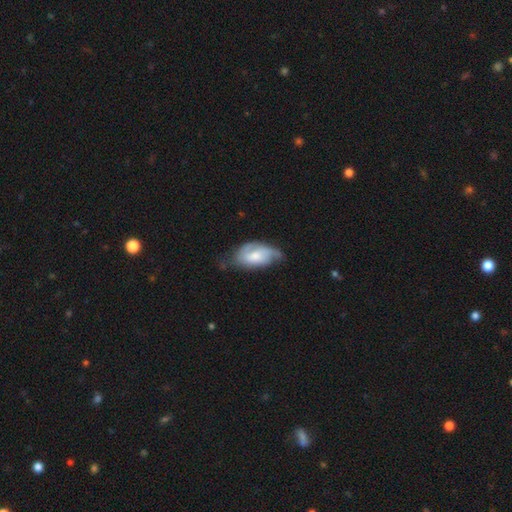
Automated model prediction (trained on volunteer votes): Morphology: type=featured or disk (49%); merging=none (38%, tied with minor disturbance).